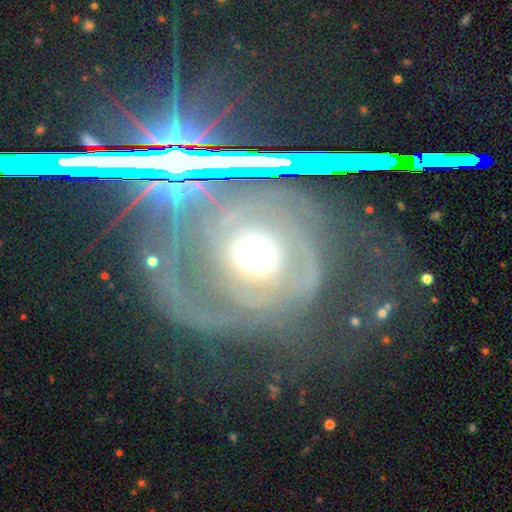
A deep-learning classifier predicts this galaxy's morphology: This appears to be a featured or disk galaxy (69%) with no bar (70%), spiral arms (67%) and a moderate central bulge (57%). Merging: none (56%).